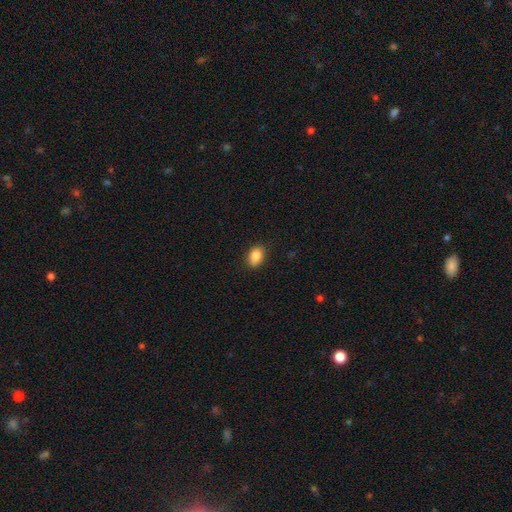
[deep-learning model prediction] Smooth or featured? Predicted: smooth (p=0.86). How rounded? Predicted: in between (p=0.82). Merging? Predicted: none (p=0.84).